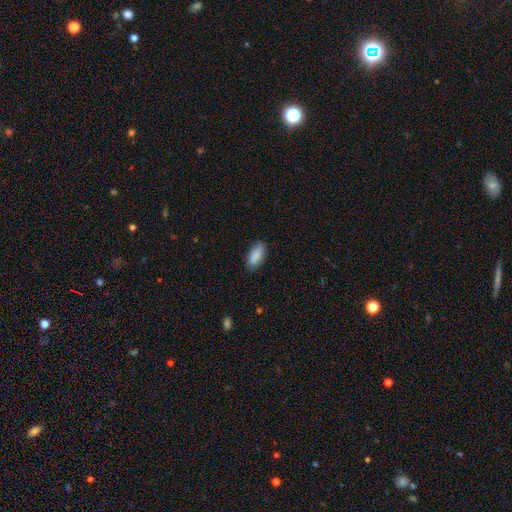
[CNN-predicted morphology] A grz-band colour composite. It shows a smooth galaxy with no disk features (88%) that is in between round and cigar-shaped (85%). Merging: none (84%).